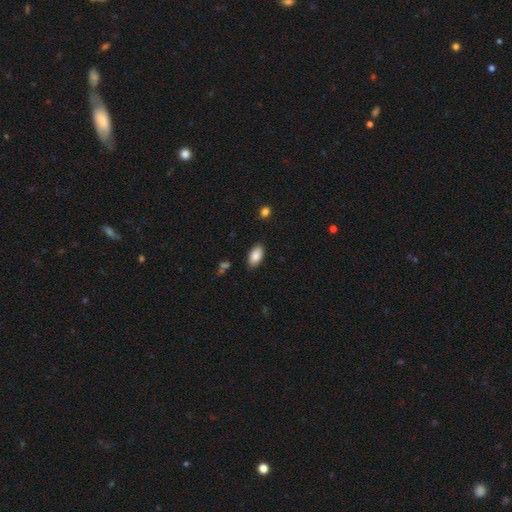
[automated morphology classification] smooth_or_featured: smooth (p=0.86) [alt: star or artifact p=0.07]
how_rounded: in between (p=0.94) [alt: cigar-shaped p=0.03]
merging: none (p=0.85) [alt: minor disturbance p=0.11]